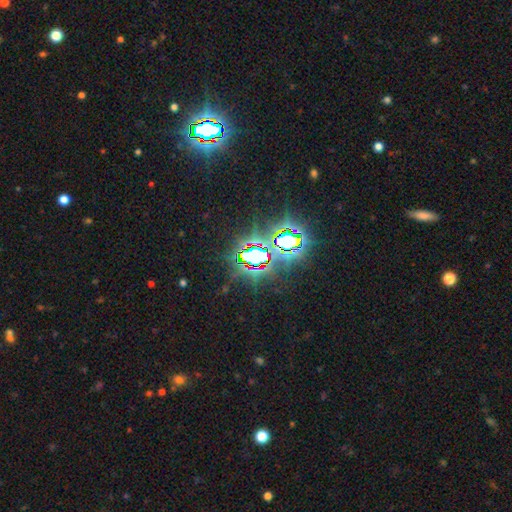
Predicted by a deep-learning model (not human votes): Morphology: type=star or artifact (82%).